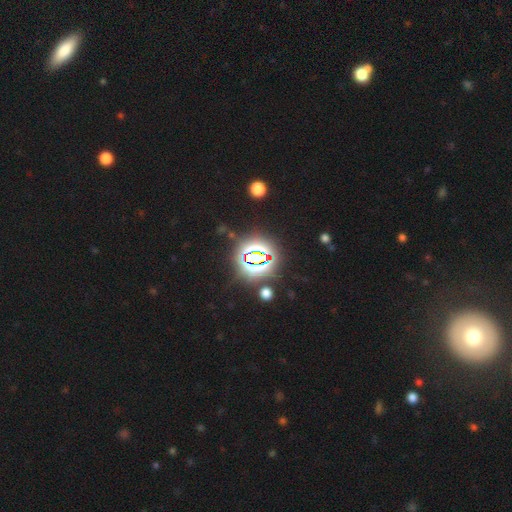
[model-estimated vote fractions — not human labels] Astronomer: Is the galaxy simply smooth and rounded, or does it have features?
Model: star or artifact — 76%.